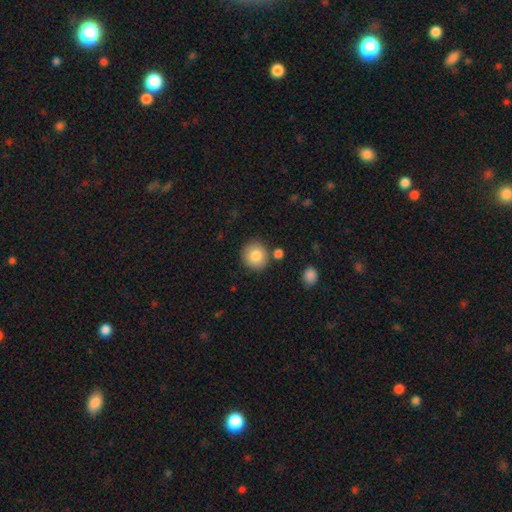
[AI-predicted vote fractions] Smooth or featured? smooth (83%)
How rounded? round (90%)
Merging? none (81%)